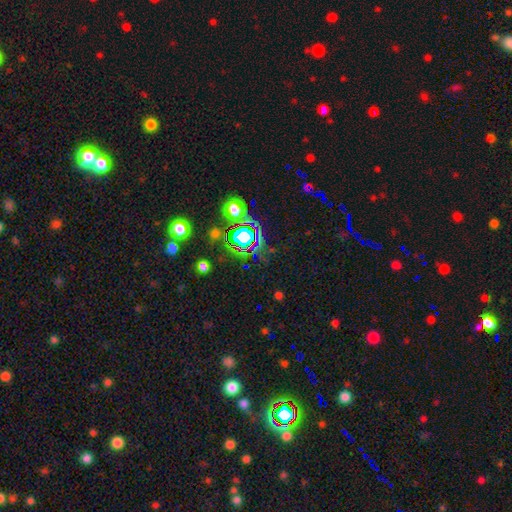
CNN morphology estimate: Q: Smooth or featured?
A: star or artifact (76%); runner-up: smooth (15%)